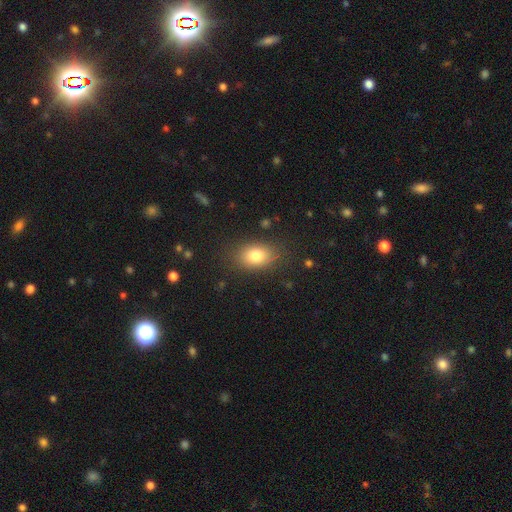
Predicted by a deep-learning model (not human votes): A smooth galaxy with no disk features (82%) that is in between round and cigar-shaped (82%). Merging: none (83%).